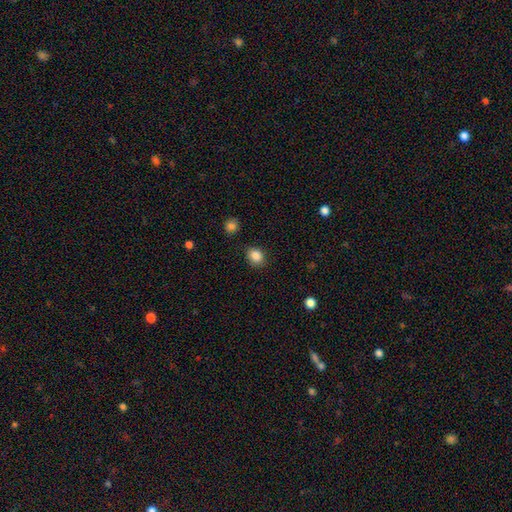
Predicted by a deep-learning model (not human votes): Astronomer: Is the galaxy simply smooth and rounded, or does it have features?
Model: smooth — 86%.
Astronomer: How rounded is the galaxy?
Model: round — 58% (runner-up: in between, 41%).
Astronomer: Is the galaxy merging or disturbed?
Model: none — 84%.